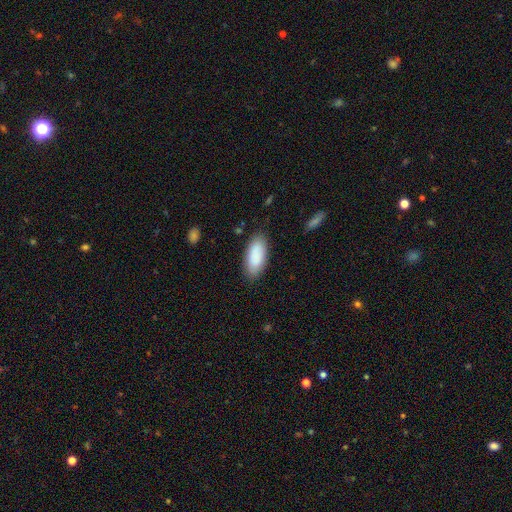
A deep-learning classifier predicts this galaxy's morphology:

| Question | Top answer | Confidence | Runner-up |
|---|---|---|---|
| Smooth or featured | smooth | 88% | featured or disk (6%) |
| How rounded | in between | 87% | cigar-shaped (11%) |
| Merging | none | 84% | minor disturbance (11%) |